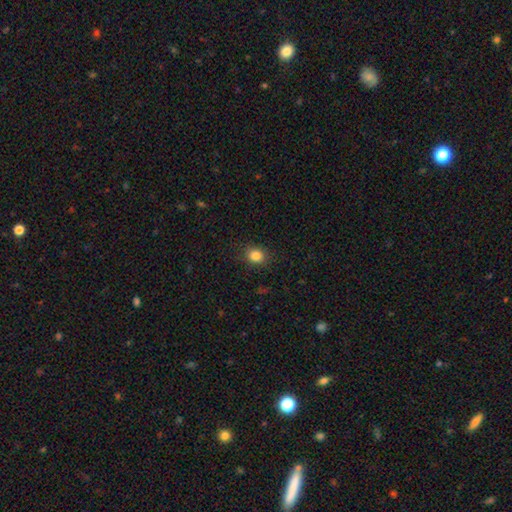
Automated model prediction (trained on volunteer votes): Smooth or featured: smooth — 84% (star or artifact — 11%)
How rounded: round — 60% (in between — 39%)
Merging: none — 87% (minor disturbance — 9%)